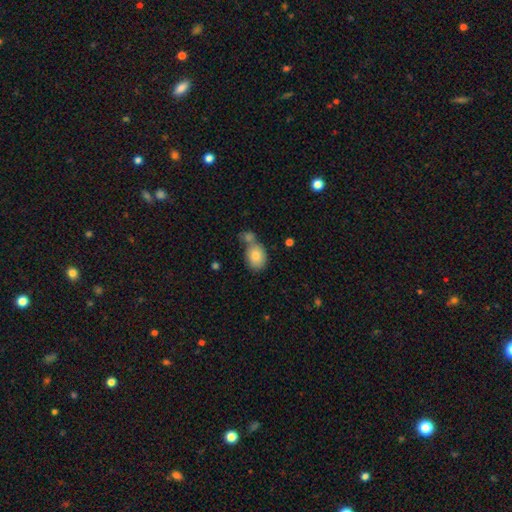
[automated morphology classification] This is clearly a smooth galaxy (83%). How rounded: likely in between (65%). Merging: marginally none (43%).